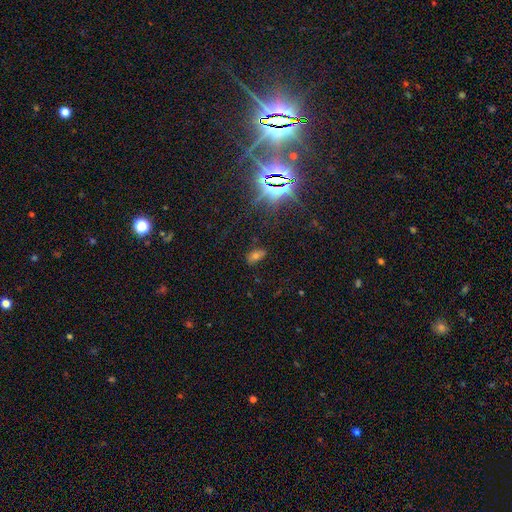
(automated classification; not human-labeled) smooth-or-featured: star or artifact: 45% | smooth: 39% | featured or disk: 16%